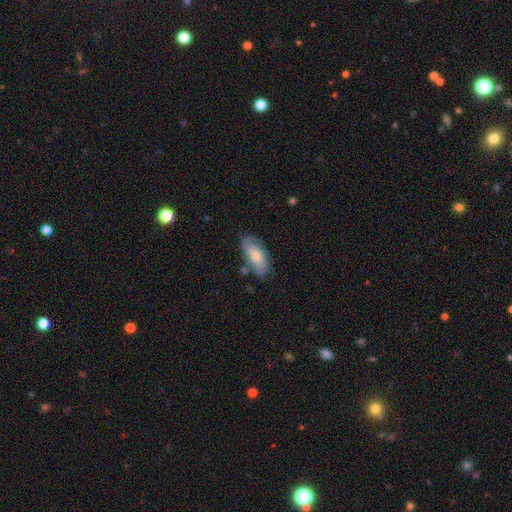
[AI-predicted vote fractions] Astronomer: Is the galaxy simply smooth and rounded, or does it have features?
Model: smooth — 53% (runner-up: featured or disk, 40%).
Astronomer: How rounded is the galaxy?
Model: in between — 82%.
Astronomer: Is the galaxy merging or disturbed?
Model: none — 72%.